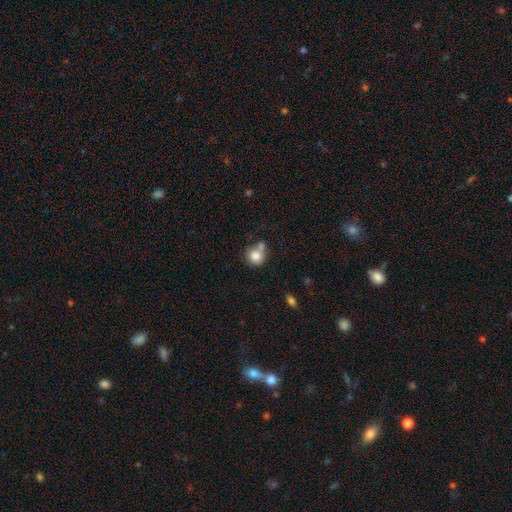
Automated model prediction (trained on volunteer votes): This appears to be a smooth galaxy with no disk features (81%) that is round (84%). Merging: none (46%).